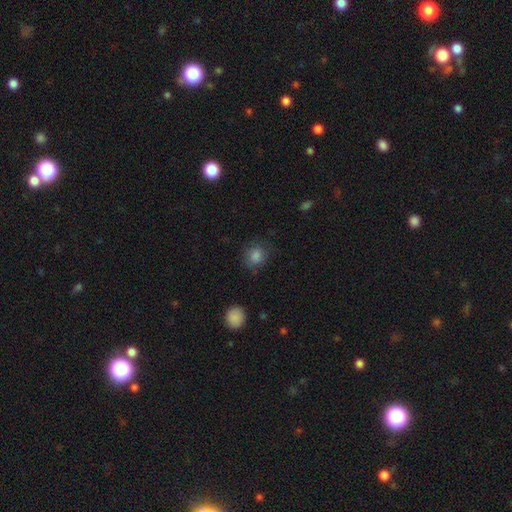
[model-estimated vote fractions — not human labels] Smooth or featured?
  - smooth: 82% *
  - star or artifact: 11%
  - featured or disk: 7%
How rounded?
  - round: 77% *
  - in between: 22%
  - cigar-shaped: 1%
Merging?
  - none: 75% *
  - minor disturbance: 17%
  - major disturbance: 7%
  - merger: 1%